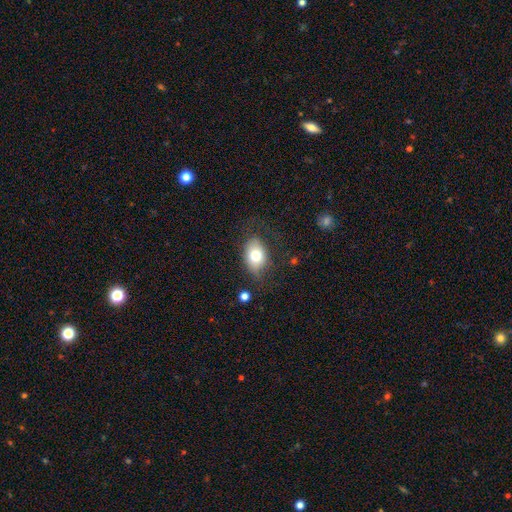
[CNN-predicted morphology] Smooth or featured?
  - smooth: 73% *
  - featured or disk: 18%
  - star or artifact: 9%
How rounded?
  - in between: 75% *
  - round: 24%
  - cigar-shaped: 1%
Merging?
  - none: 63% *
  - minor disturbance: 23%
  - major disturbance: 11%
  - merger: 2%